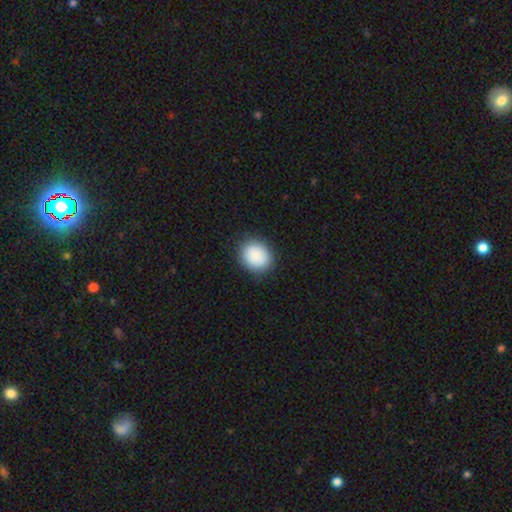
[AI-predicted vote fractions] Smooth or featured: smooth — 89% (star or artifact — 7%)
How rounded: round — 59% (in between — 40%)
Merging: none — 87% (minor disturbance — 9%)